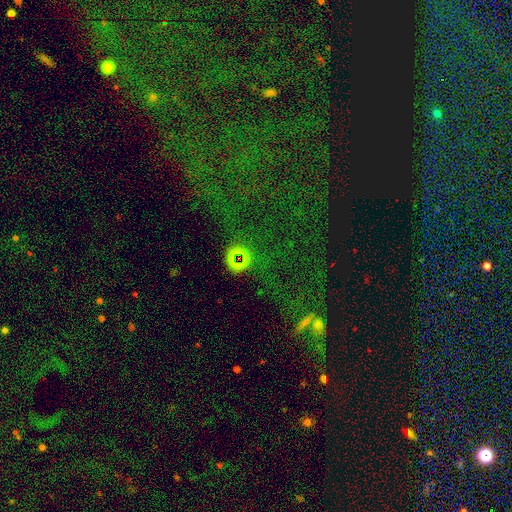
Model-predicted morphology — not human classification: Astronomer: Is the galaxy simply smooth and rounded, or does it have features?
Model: star or artifact — 72%.